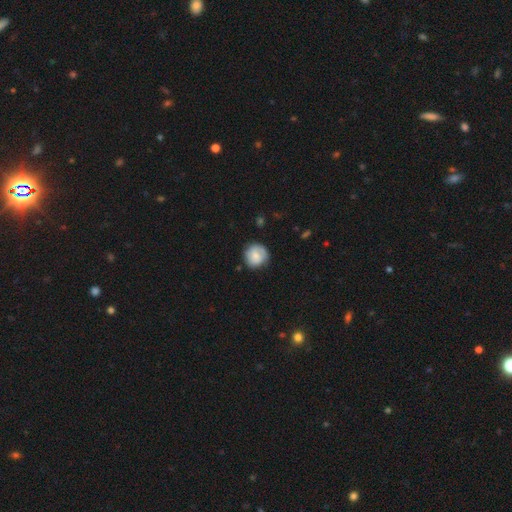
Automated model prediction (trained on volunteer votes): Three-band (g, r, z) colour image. It shows a smooth galaxy with no disk features (70%) that is round (90%). Merging: none (75%).